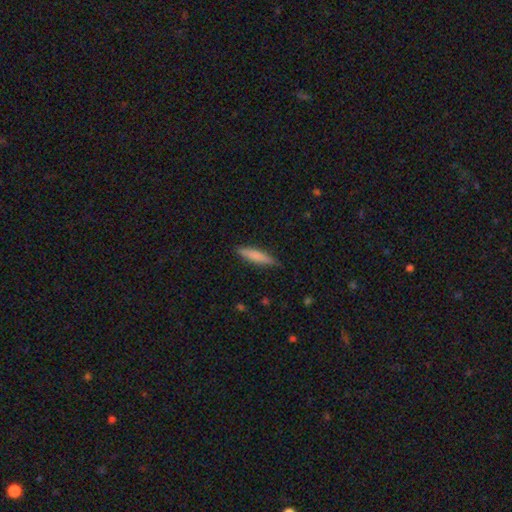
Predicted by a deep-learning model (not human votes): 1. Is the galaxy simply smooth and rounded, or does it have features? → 76% smooth, 18% featured or disk, 6% star or artifact.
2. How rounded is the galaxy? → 84% cigar-shaped, 15% in between, 1% round.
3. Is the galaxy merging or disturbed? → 85% none, 12% minor disturbance, 2% major disturbance, 1% merger.